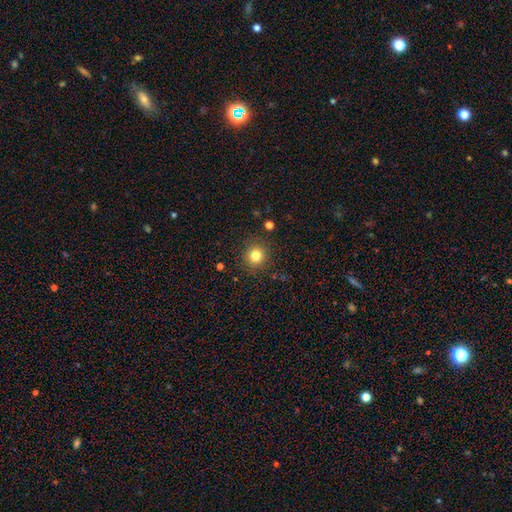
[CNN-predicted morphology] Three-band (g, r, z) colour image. It shows a smooth galaxy with no disk features (81%) that is round (91%). Merging: none (89%).